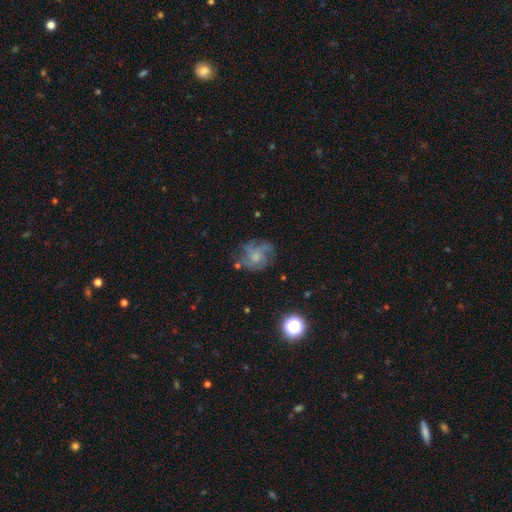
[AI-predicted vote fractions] Smooth or featured? Predicted: featured or disk (p=0.61). Edge-on disk? Predicted: no (p=0.98). Bar? Predicted: no (p=0.75). Spiral arms? Predicted: yes (p=0.78). Bulge size? Predicted: moderate (p=0.39). Merging? Predicted: none (p=0.63).